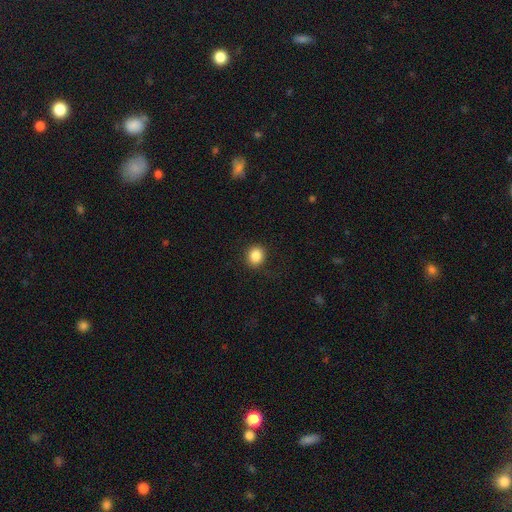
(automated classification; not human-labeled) A smooth galaxy with no disk features (86%) that is round (80%).

Vote fractions:
- Smooth or featured? smooth: 86% / star or artifact: 10% / featured or disk: 4%
- How rounded? round: 80% / in between: 19% / cigar-shaped: 1%
- Merging? none: 88% / minor disturbance: 8% / major disturbance: 3% / merger: 1%